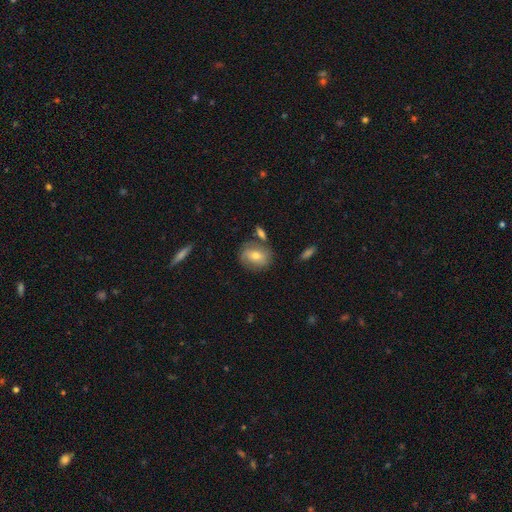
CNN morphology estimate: A smooth galaxy with no disk features (56%) that is in between round and cigar-shaped (49%, tied with round).

Vote fractions:
- Smooth or featured? smooth: 56% / featured or disk: 36% / star or artifact: 9%
- How rounded? in between: 49% (tied) / round: 49% (tied) / cigar-shaped: 2%
- Merging? none: 67% / minor disturbance: 16% / merger: 11% / major disturbance: 5%